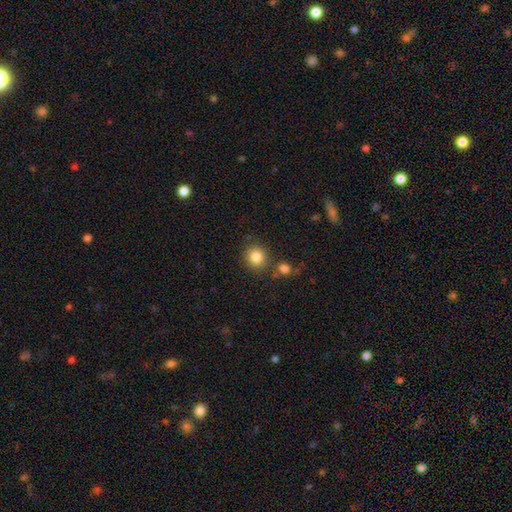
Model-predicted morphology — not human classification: This appears to be a smooth galaxy with no disk features (84%) that is round (88%). Merging: none (80%).